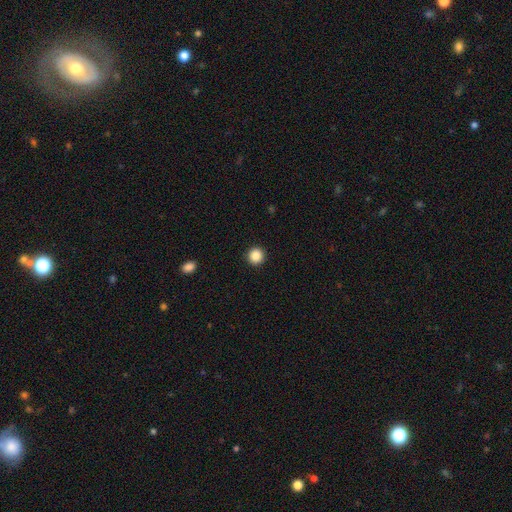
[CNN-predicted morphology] A smooth galaxy with no disk features (87%) that is round (95%). Merging: none (93%).